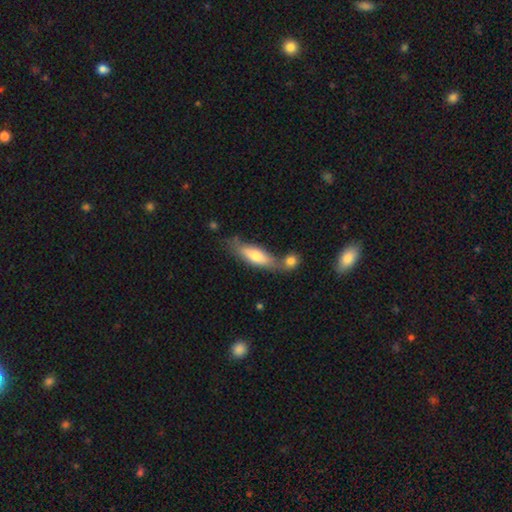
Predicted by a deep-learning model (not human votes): smooth 64%, featured or disk 30%, star or artifact 6%. Down the decision tree: how rounded — in between (53%); merging — none (42%).